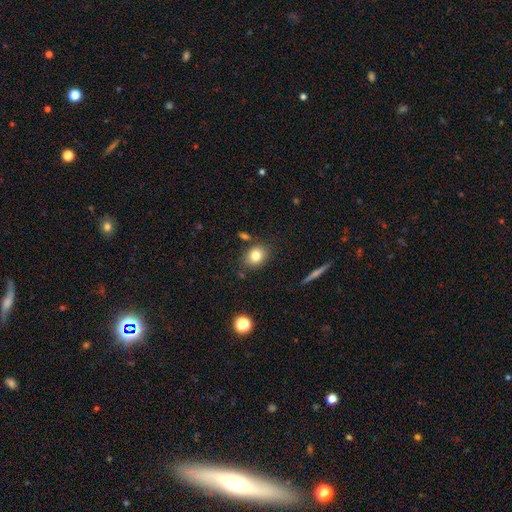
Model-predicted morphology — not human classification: Smooth or featured: smooth — 81% (star or artifact — 10%)
How rounded: in between — 53% (round — 46%)
Merging: none — 80% (minor disturbance — 12%)